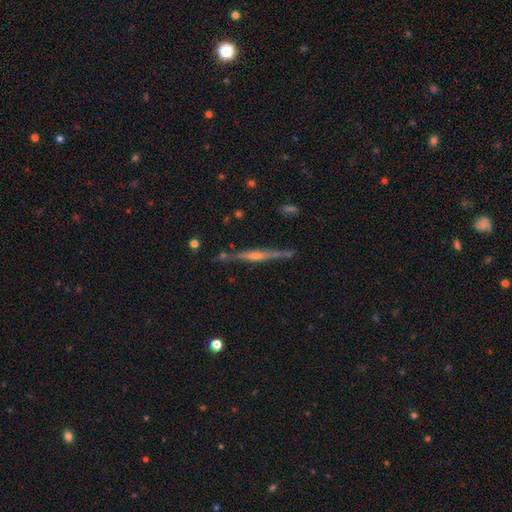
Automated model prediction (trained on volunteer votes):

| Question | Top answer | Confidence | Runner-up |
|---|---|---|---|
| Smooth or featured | featured or disk | 80% | smooth (13%) |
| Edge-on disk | yes | 97% | no (3%) |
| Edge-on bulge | rounded | 81% | none (11%) |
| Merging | none | 85% | minor disturbance (10%) |